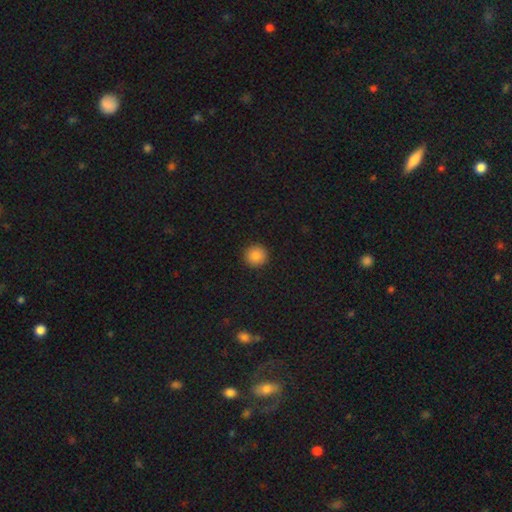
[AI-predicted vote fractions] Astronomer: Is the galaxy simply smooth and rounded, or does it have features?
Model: smooth — 85%.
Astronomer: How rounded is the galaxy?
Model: round — 95%.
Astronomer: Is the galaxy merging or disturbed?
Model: none — 92%.